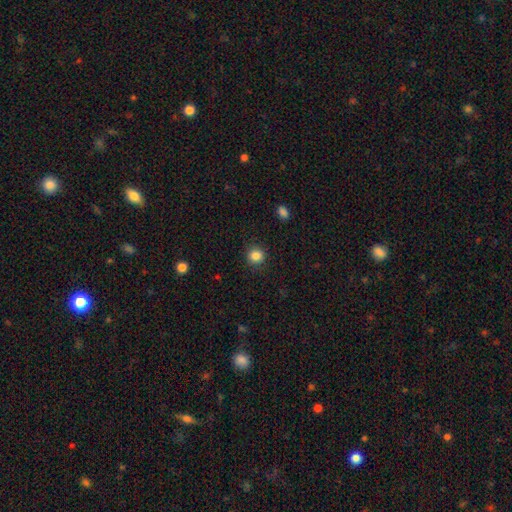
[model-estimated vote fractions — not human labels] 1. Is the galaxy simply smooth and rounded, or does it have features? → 85% smooth, 11% star or artifact, 5% featured or disk.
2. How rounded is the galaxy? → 88% round, 11% in between, 1% cigar-shaped.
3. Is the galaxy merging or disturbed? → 90% none, 7% minor disturbance, 2% major disturbance, 1% merger.